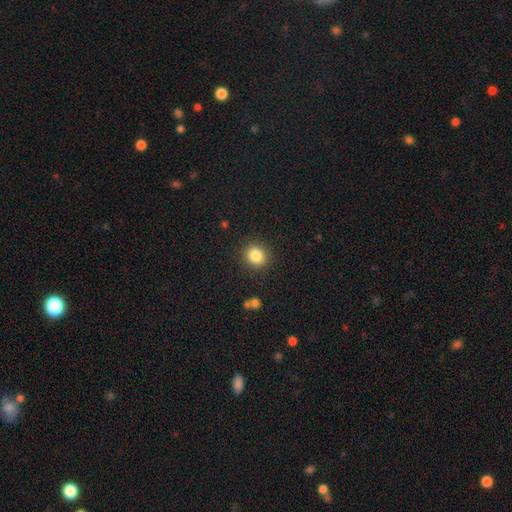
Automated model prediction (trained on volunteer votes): This appears to be a smooth galaxy with no disk features (84%) that is round (81%). Merging: none (88%).